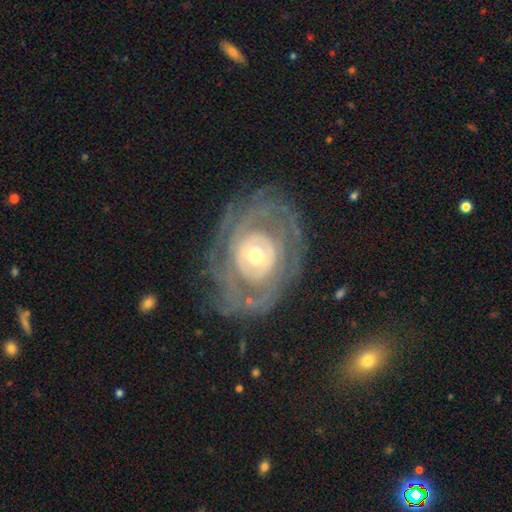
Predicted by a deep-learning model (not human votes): Q: Smooth or featured?
A: featured or disk (83%); runner-up: smooth (12%)
Q: Edge-on disk?
A: no (95%); runner-up: yes (5%)
Q: Bar?
A: no (60%); runner-up: weak (28%)
Q: Spiral arms?
A: yes (76%); runner-up: no (24%)
Q: Spiral winding?
A: tight (70%); runner-up: medium (21%)
Q: Spiral arm count?
A: can't tell (47%); runner-up: 2 (24%)
Q: Bulge size?
A: moderate (63%); runner-up: small (27%)
Q: Merging?
A: none (68%); runner-up: minor disturbance (17%)